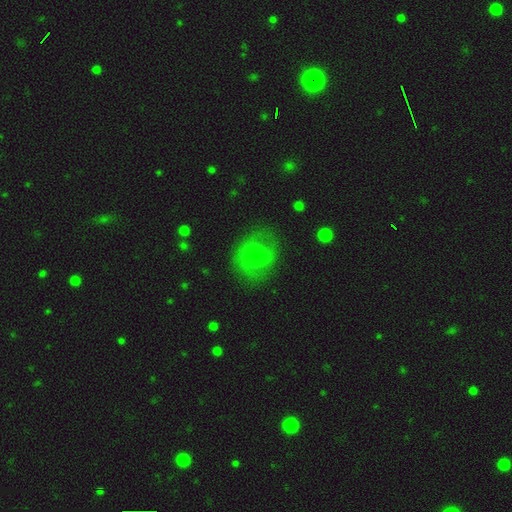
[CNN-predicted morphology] The model was most divided on "smooth or featured": smooth: 56%, featured or disk: 35%, star or artifact: 9%. More confident: merging — none (73%); how rounded — round (65%).